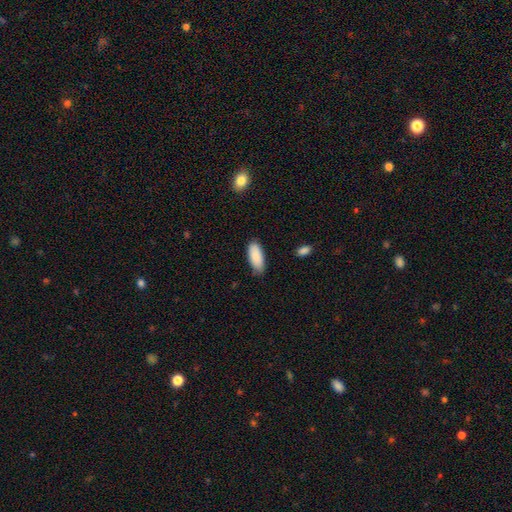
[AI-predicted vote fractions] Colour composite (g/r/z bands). It shows a smooth galaxy with no disk features (89%) that is in between round and cigar-shaped (83%). Merging: none (82%).